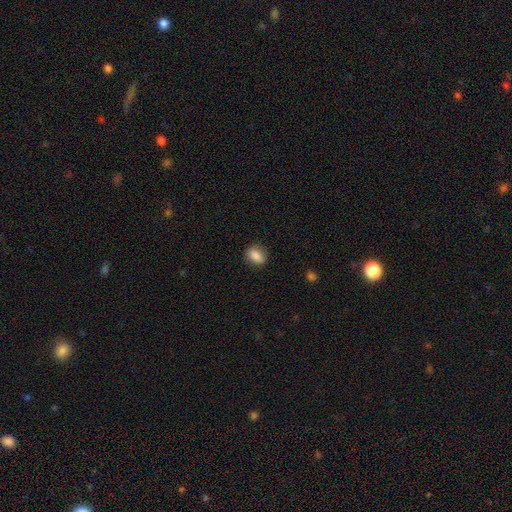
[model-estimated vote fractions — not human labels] A smooth galaxy with no disk features (86%) that is in between round and cigar-shaped (73%).

Vote fractions:
- Smooth or featured? smooth: 86% / star or artifact: 8% / featured or disk: 6%
- How rounded? in between: 73% / round: 24% / cigar-shaped: 3%
- Merging? none: 83% / minor disturbance: 13% / major disturbance: 3% / merger: 1%